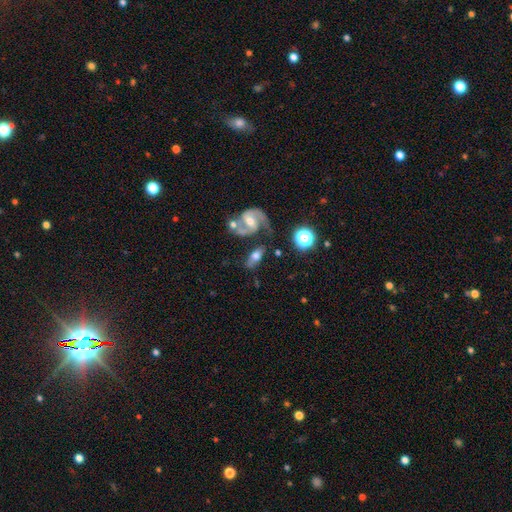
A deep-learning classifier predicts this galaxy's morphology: A featured or disk galaxy (50%). Merging: none (49%).